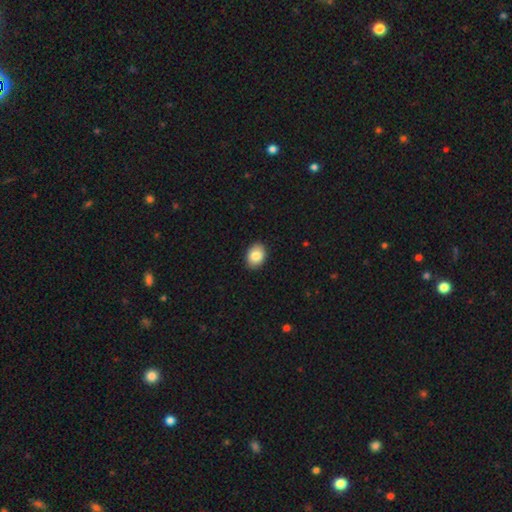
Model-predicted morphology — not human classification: Smooth or featured? Predicted: smooth (p=0.85). How rounded? Predicted: in between (p=0.70). Merging? Predicted: none (p=0.90).